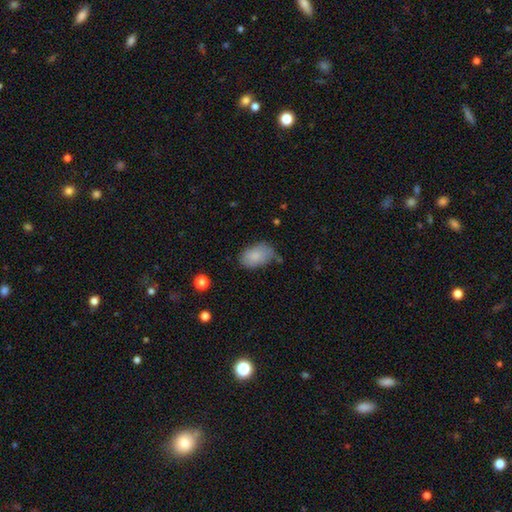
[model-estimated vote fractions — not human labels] Smooth or featured? Predicted: smooth (p=0.84). How rounded? Predicted: in between (p=0.90). Merging? Predicted: none (p=0.55).